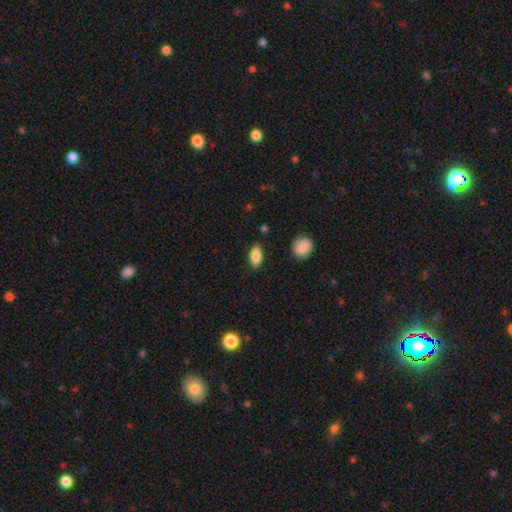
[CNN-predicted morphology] This appears to be a smooth galaxy with no disk features (87%) that is in between round and cigar-shaped (85%). Merging: none (86%).